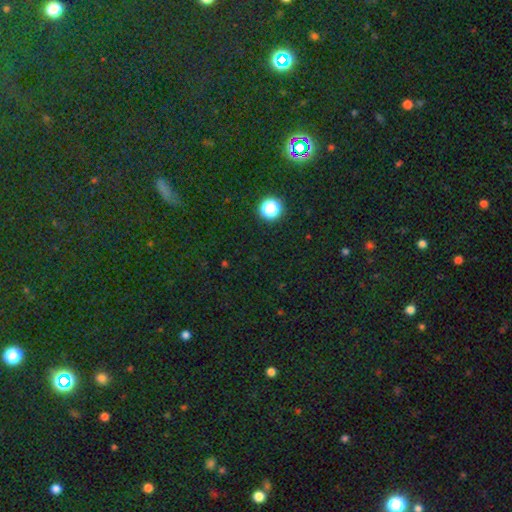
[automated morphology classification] Overall: star or artifact (72%).